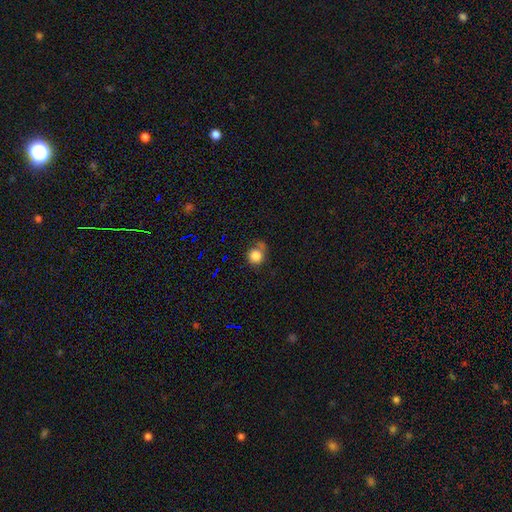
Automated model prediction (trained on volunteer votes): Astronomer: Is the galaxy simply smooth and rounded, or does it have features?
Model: smooth — 82%.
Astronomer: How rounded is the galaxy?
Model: round — 86%.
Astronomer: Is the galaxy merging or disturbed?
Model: none — 52%.